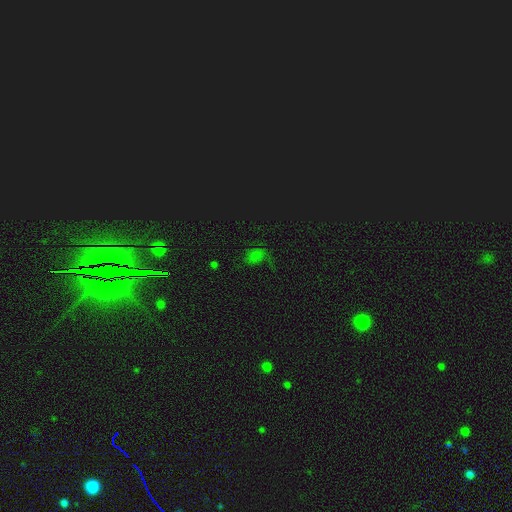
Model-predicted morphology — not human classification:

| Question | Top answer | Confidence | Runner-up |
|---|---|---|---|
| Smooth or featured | smooth | 48% | star or artifact (40%) |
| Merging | none | 49% | major disturbance (23%) |